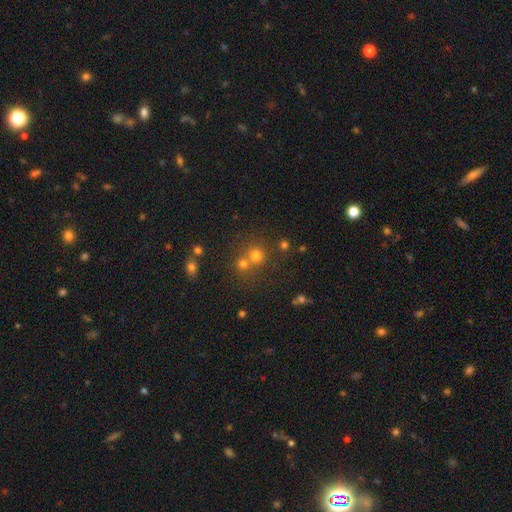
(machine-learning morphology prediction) This appears to be a smooth galaxy with no disk features (69%) that is round (88%). Merging: none (55%).